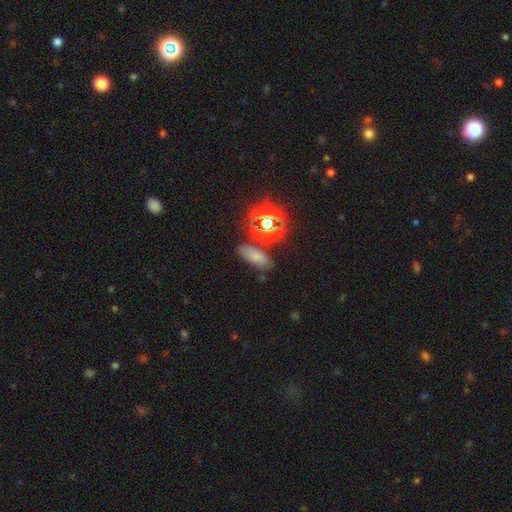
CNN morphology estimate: Q: Smooth or featured?
A: smooth (60%); runner-up: star or artifact (27%)
Q: How rounded?
A: in between (75%); runner-up: cigar-shaped (15%)
Q: Merging?
A: none (74%); runner-up: minor disturbance (14%)